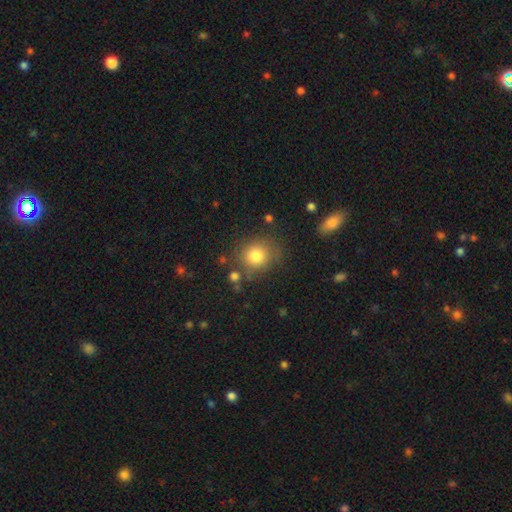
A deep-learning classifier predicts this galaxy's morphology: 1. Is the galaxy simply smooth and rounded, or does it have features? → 80% smooth, 11% star or artifact, 9% featured or disk.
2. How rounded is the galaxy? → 79% round, 20% in between, 1% cigar-shaped.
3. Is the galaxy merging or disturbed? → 74% none, 15% minor disturbance, 6% major disturbance, 5% merger.